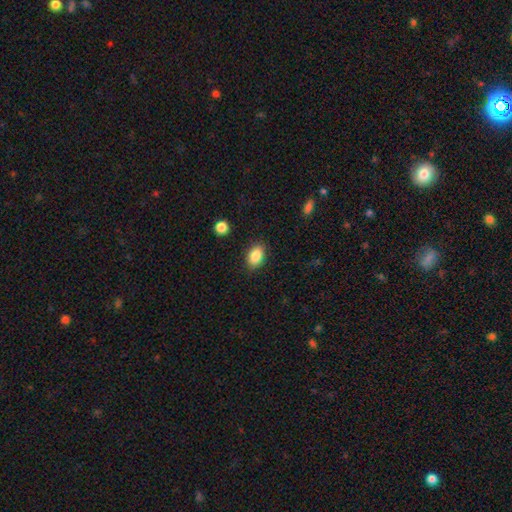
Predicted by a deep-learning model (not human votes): This is clearly a smooth galaxy (87%). How rounded: clearly in between (85%). Merging: clearly none (86%).